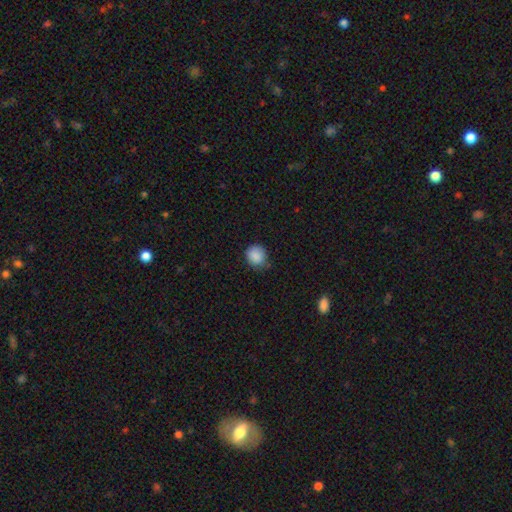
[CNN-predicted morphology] smooth-or-featured: smooth: 87% | star or artifact: 8% | featured or disk: 4%
  how-rounded: round: 80% | in between: 19% | cigar-shaped: 1%
  merging: none: 68% | minor disturbance: 26% | major disturbance: 5% | merger: 1%